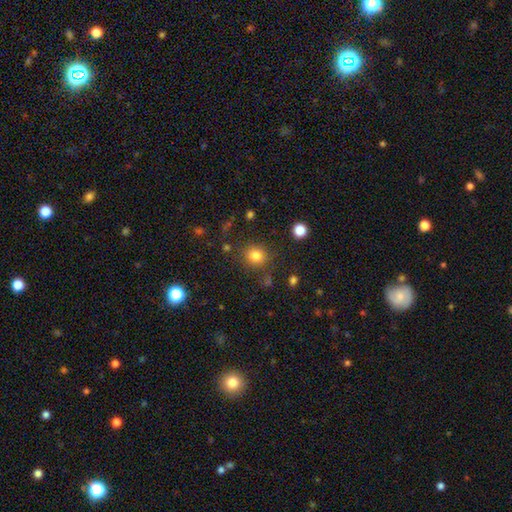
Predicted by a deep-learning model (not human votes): Smooth or featured? Predicted: smooth (p=0.81). How rounded? Predicted: round (p=0.88). Merging? Predicted: none (p=0.82).